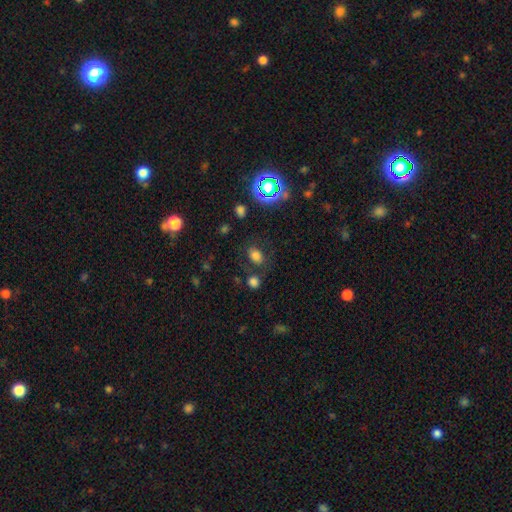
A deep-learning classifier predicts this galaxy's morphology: Smooth or featured: smooth — 73% (star or artifact — 18%)
How rounded: in between — 67% (round — 31%)
Merging: none — 72% (minor disturbance — 14%)